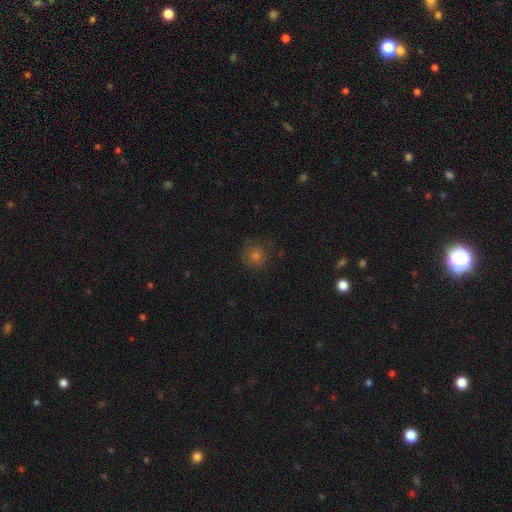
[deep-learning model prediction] Smooth or featured: smooth — 62% (star or artifact — 23%)
How rounded: round — 91% (in between — 8%)
Merging: none — 80% (minor disturbance — 13%)